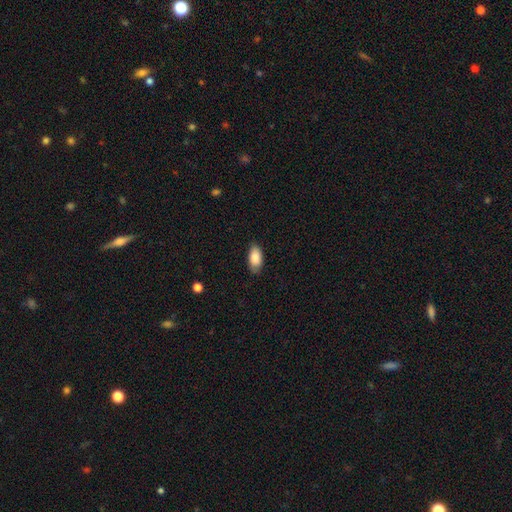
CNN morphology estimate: This appears to be a smooth galaxy with no disk features (88%) that is in between round and cigar-shaped (92%). Merging: none (84%).